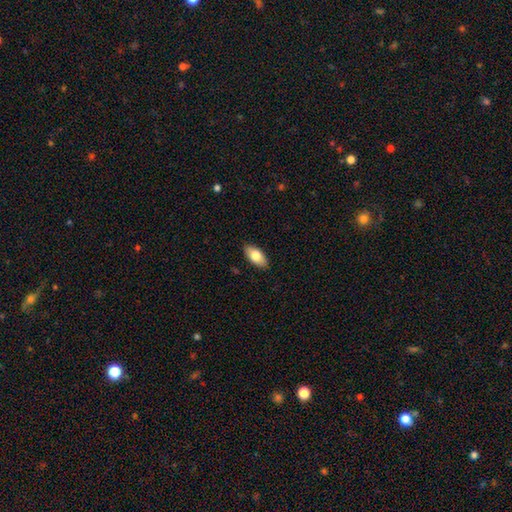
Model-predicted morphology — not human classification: Smooth or featured: smooth — 78% (featured or disk — 16%)
How rounded: in between — 92% (cigar-shaped — 5%)
Merging: none — 88% (minor disturbance — 9%)